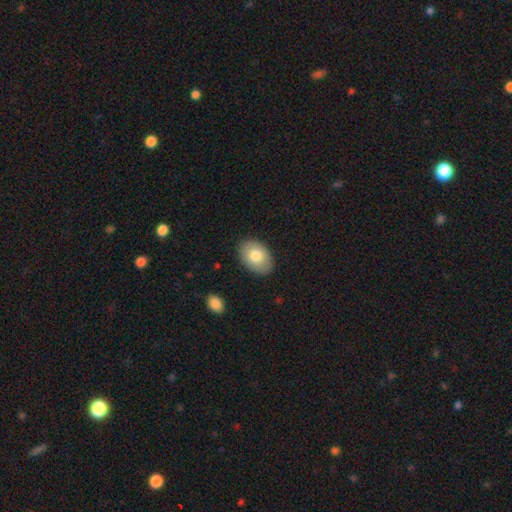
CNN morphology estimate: A smooth galaxy with no disk features (78%) that is in between round and cigar-shaped (85%). Merging: none (86%).